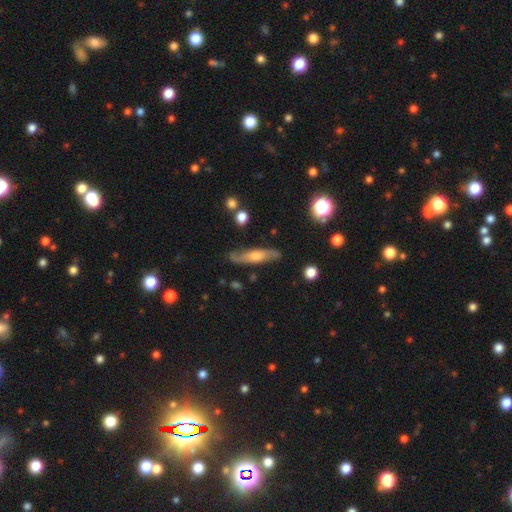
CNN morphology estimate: Overall: featured or disk (60%; smooth 34%). Edge-on disk: yes (59%; no 41%). Merging: none (80%).